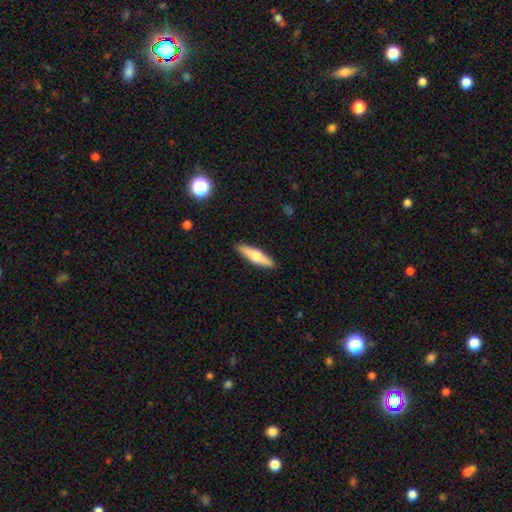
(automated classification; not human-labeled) Smooth or featured? Predicted: smooth (p=0.52). How rounded? Predicted: cigar-shaped (p=0.78). Merging? Predicted: none (p=0.91).